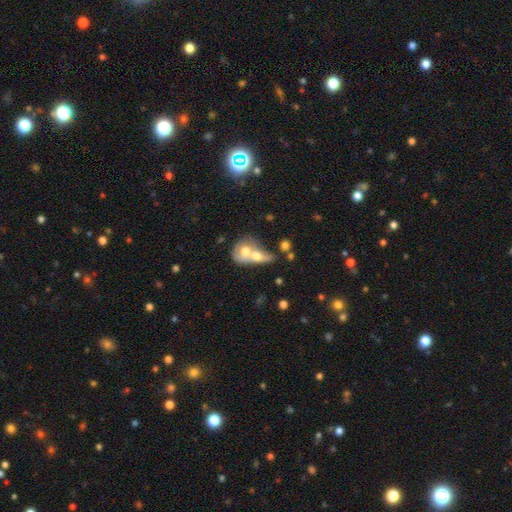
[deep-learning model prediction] smooth 58%, featured or disk 35%, star or artifact 7%. Down the decision tree: how rounded — in between (59%); merging — merger (77%).